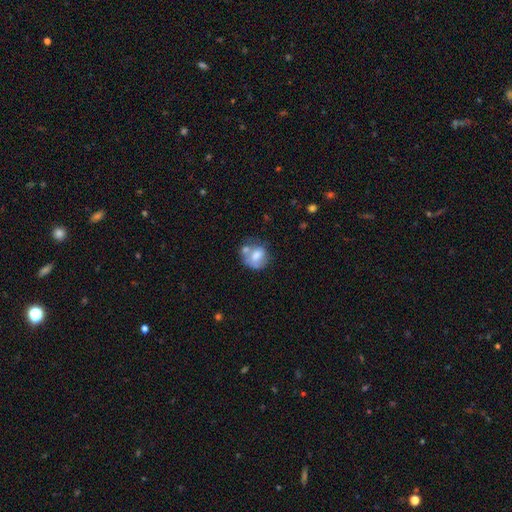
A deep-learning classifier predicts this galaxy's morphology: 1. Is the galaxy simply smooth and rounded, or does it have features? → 61% smooth, 31% featured or disk, 8% star or artifact.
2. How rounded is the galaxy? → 64% round, 35% in between, 1% cigar-shaped.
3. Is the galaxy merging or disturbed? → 37% none, 26% merger, 23% minor disturbance, 15% major disturbance.